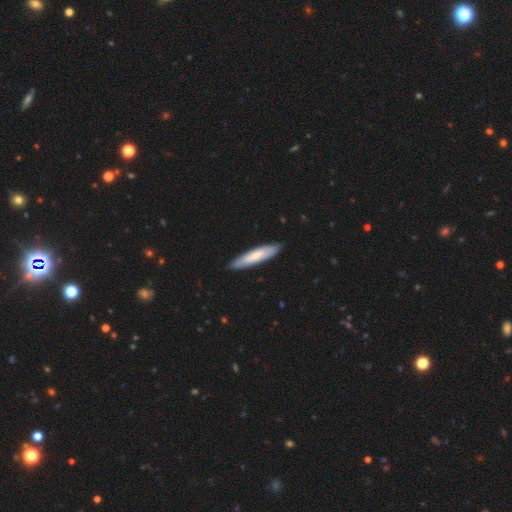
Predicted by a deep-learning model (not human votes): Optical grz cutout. It shows a smooth galaxy with no disk features (65%) that is cigar-shaped (84%). Merging: none (88%).